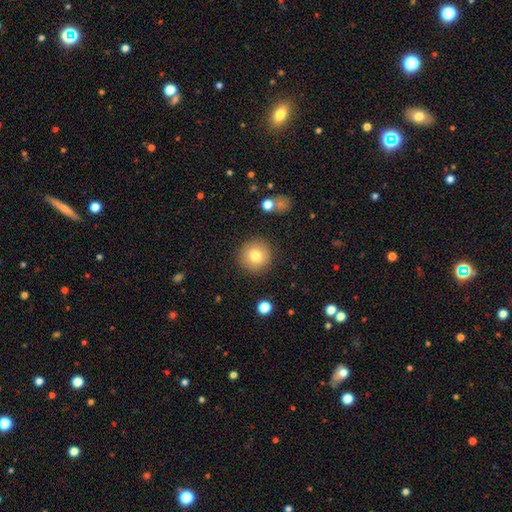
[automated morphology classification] smooth-or-featured: smooth: 79% | featured or disk: 11% | star or artifact: 10%
  how-rounded: round: 95% | in between: 4% | cigar-shaped: 1%
  merging: none: 89% | minor disturbance: 7% | major disturbance: 2% | merger: 2%